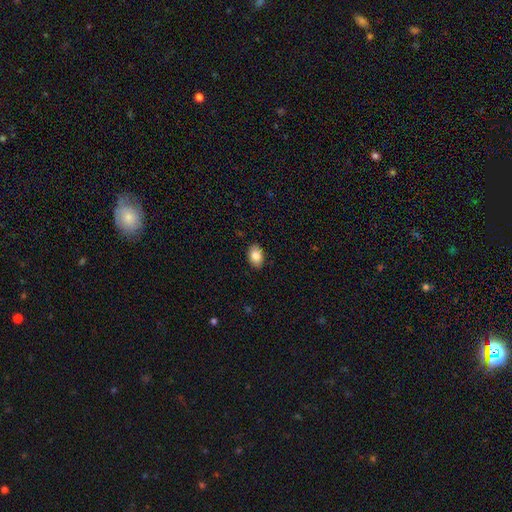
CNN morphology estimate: A smooth galaxy with no disk features (85%) that is in between round and cigar-shaped (87%). Merging: none (88%).